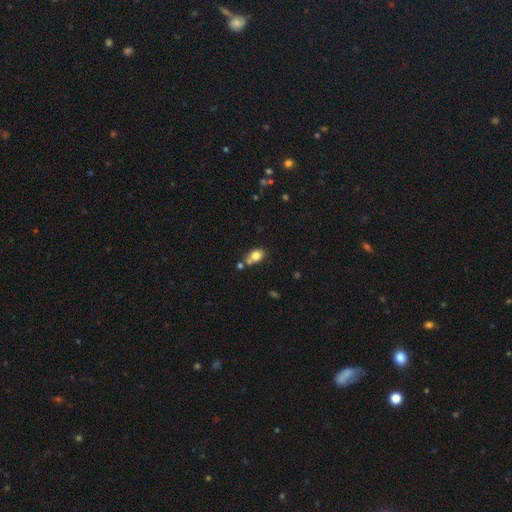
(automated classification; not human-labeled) smooth 78%, featured or disk 12%, star or artifact 10%. Down the decision tree: how rounded — in between (68%); merging — none (48%).